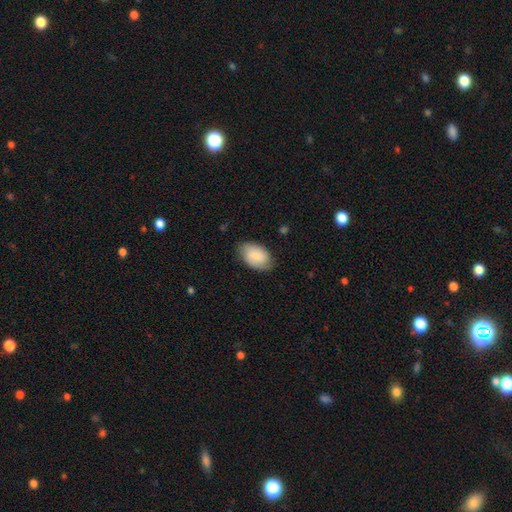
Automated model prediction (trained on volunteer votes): smooth-or-featured: smooth: 81% | featured or disk: 13% | star or artifact: 6%
  how-rounded: in between: 91% | round: 7% | cigar-shaped: 1%
  merging: none: 76% | minor disturbance: 20% | major disturbance: 4% | merger: 1%